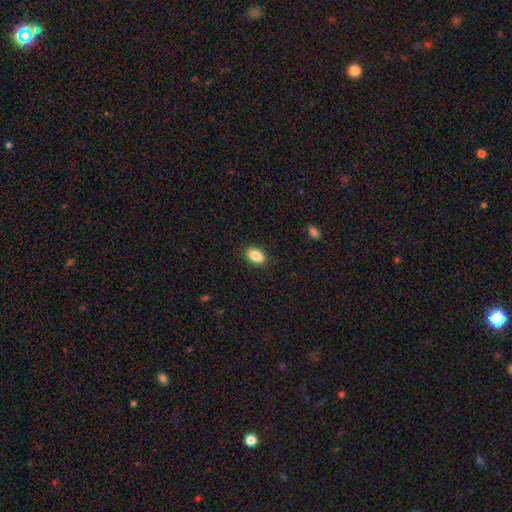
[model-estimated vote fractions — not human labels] smooth 87%, star or artifact 8%, featured or disk 5%. Down the decision tree: how rounded — in between (90%); merging — none (89%).